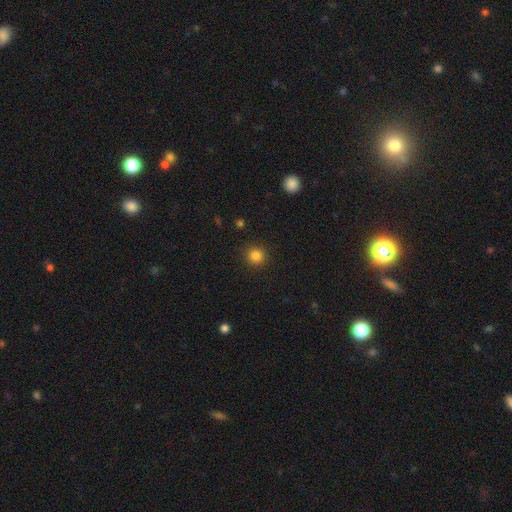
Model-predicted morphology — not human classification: A smooth galaxy with no disk features (84%) that is round (93%). Merging: none (91%).